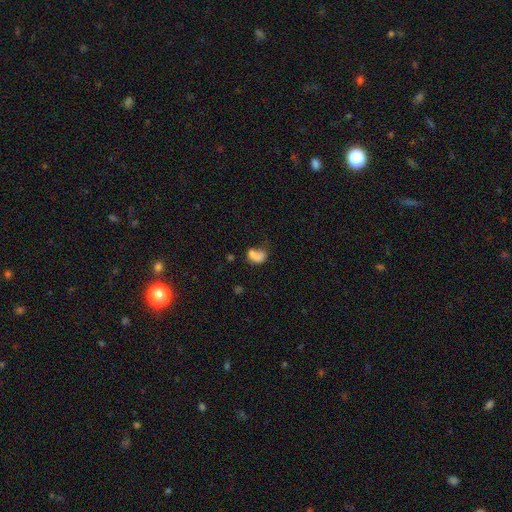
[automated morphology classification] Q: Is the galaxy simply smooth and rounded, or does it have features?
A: smooth — 69%.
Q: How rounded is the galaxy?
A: in between — 77%.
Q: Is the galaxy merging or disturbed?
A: merger — 30%.